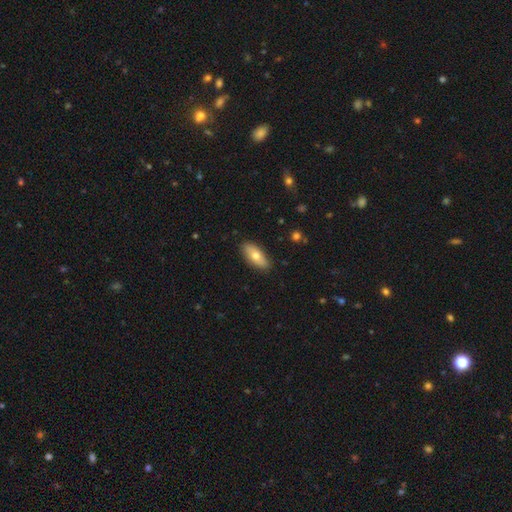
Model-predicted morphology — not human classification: A smooth galaxy with no disk features (68%) that is in between round and cigar-shaped (80%). Merging: none (88%).